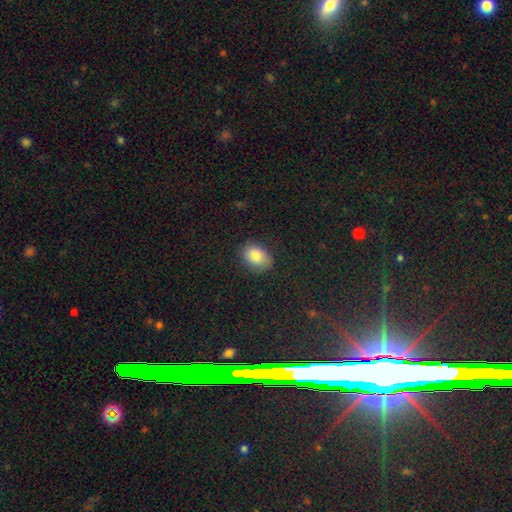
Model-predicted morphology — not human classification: Smooth or featured?
  - smooth: 84% *
  - star or artifact: 8%
  - featured or disk: 7%
How rounded?
  - in between: 76% *
  - round: 23%
  - cigar-shaped: 1%
Merging?
  - none: 79% *
  - minor disturbance: 16%
  - major disturbance: 4%
  - merger: 1%